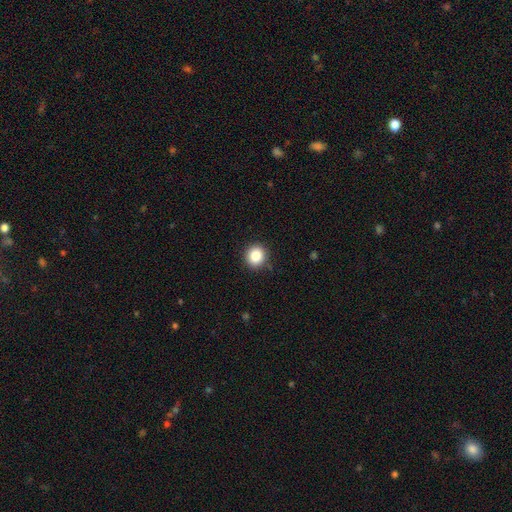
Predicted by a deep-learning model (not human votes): This is clearly a smooth galaxy (85%). How rounded: clearly round (88%). Merging: clearly none (89%).